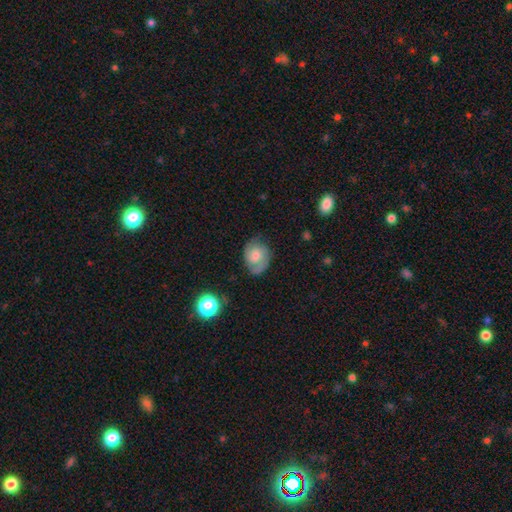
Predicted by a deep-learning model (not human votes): Overall: featured or disk (64%; smooth 27%). Edge-on disk: no (97%). Bar: no (62%; weak 33%). Spiral arms: yes (91%). Spiral arm count: 2 (73%). Spiral winding: medium (43%; tight 42%). Bulge size: moderate (50%; small 29%). Merging: none (69%).